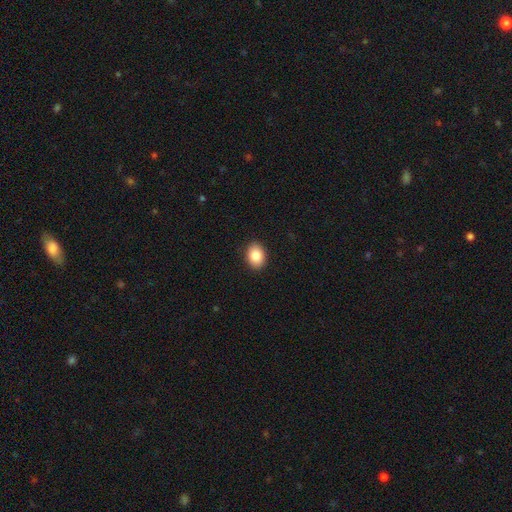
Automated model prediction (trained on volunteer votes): This appears to be a smooth galaxy with no disk features (86%) that is in between round and cigar-shaped (70%). Merging: none (91%).